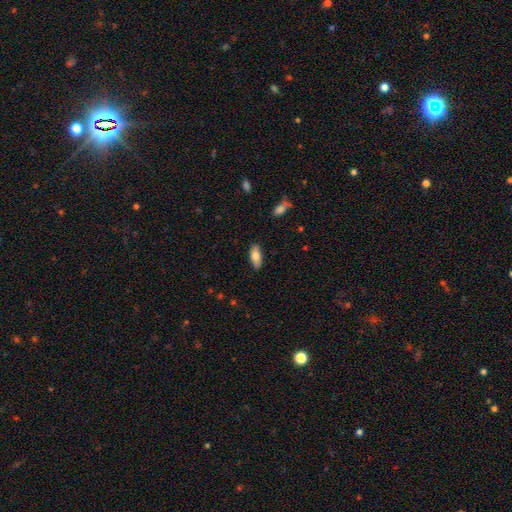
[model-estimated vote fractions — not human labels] The model was most divided on "smooth or featured": smooth: 76%, featured or disk: 17%, star or artifact: 6%. More confident: merging — none (87%); how rounded — in between (82%).